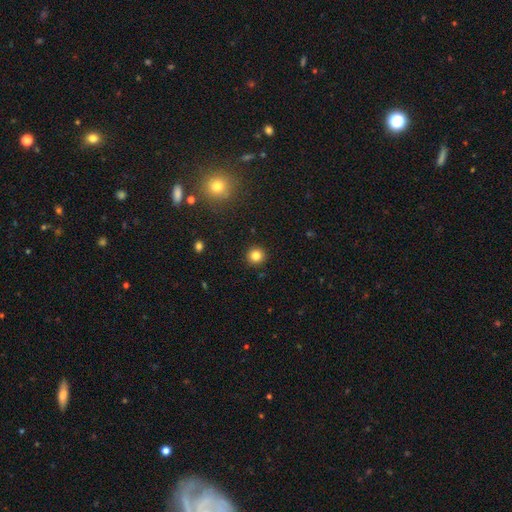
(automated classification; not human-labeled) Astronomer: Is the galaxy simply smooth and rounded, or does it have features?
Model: smooth — 83%.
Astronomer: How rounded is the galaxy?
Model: round — 94%.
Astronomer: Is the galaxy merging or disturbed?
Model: none — 92%.